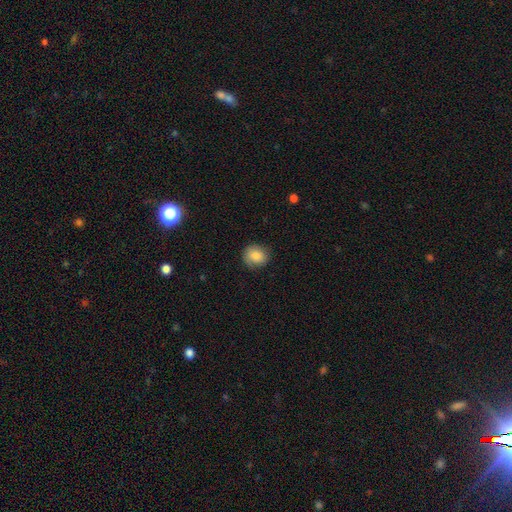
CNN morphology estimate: smooth_or_featured: smooth (p=0.83) [alt: featured or disk p=0.09]
how_rounded: round (p=0.77) [alt: in between p=0.22]
merging: none (p=0.81) [alt: minor disturbance p=0.15]